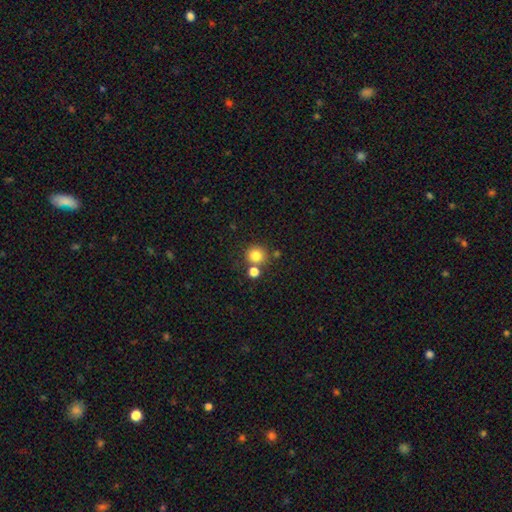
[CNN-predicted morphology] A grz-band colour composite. It shows a smooth galaxy with no disk features (81%) that is round (92%). Merging: none (69%).